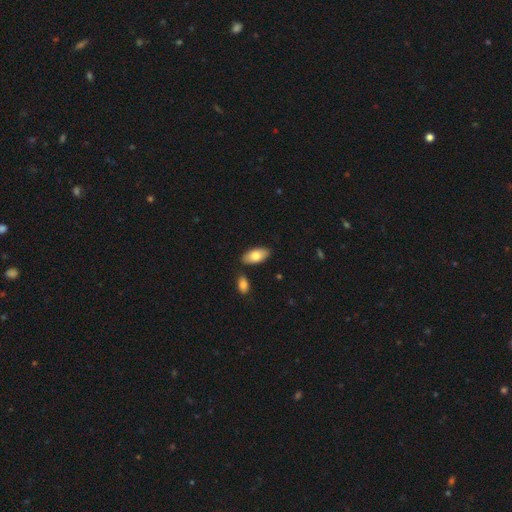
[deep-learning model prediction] Smooth or featured? smooth (81%)
How rounded? in between (93%)
Merging? none (83%)